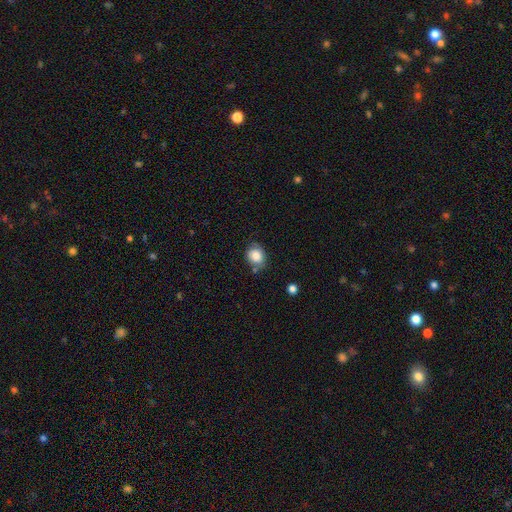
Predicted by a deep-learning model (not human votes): Smooth or featured? Predicted: smooth (p=0.82). How rounded? Predicted: round (p=0.58). Merging? Predicted: none (p=0.67).